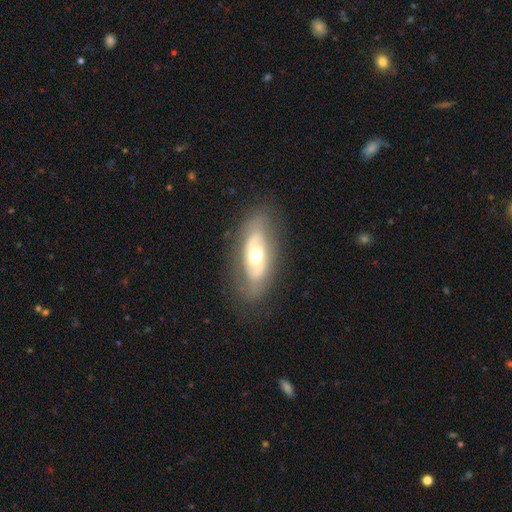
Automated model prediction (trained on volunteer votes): Smooth or featured: featured or disk — 60% (smooth — 34%)
Edge-on disk: no — 82% (yes — 18%)
Merging: none — 77% (minor disturbance — 15%)